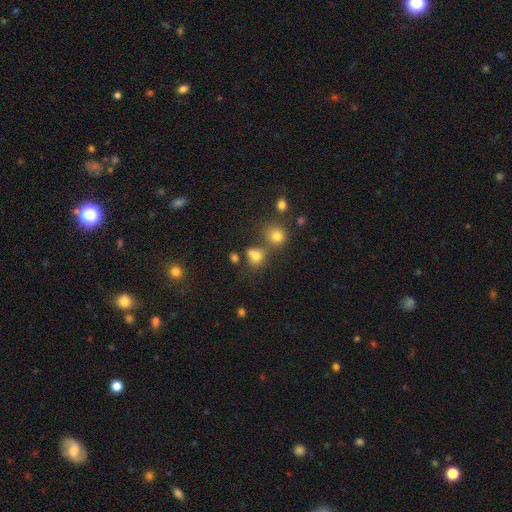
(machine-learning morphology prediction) Q: Smooth or featured?
A: smooth (75%); runner-up: star or artifact (16%)
Q: How rounded?
A: round (70%); runner-up: in between (29%)
Q: Merging?
A: none (55%); runner-up: merger (26%)